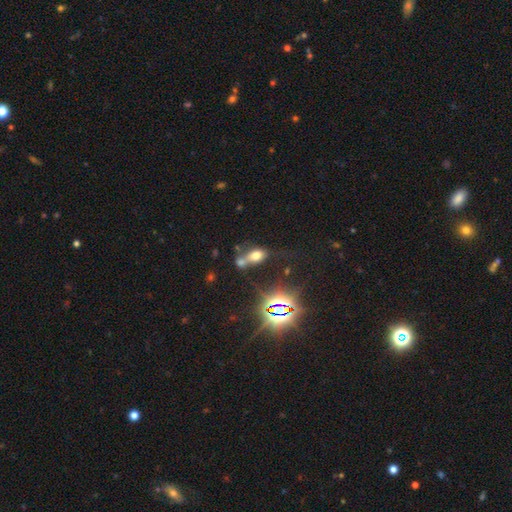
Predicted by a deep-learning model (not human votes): Smooth or featured? Predicted: smooth (p=0.60). How rounded? Predicted: in between (p=0.75). Merging? Predicted: merger (p=0.48).